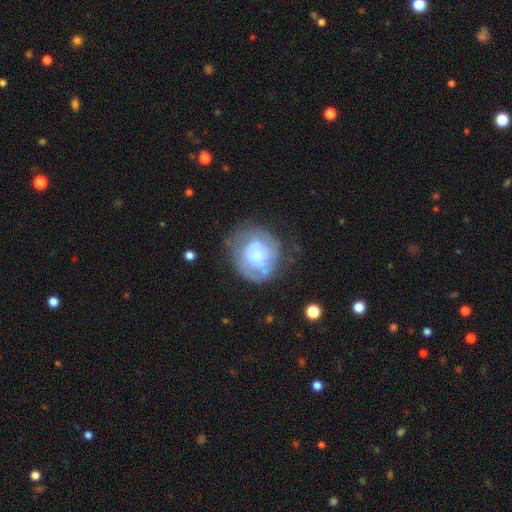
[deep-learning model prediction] A featured or disk galaxy (58%) with no bar (79%), spiral arms (61%) and a small central bulge (35%). Merging: none (59%).